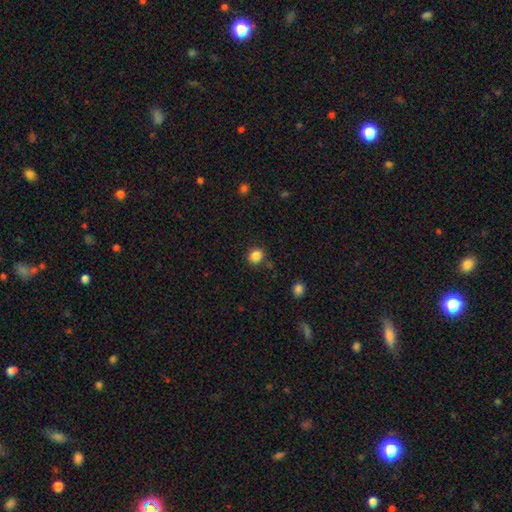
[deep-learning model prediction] A smooth galaxy with no disk features (85%) that is round (70%). Merging: none (83%).